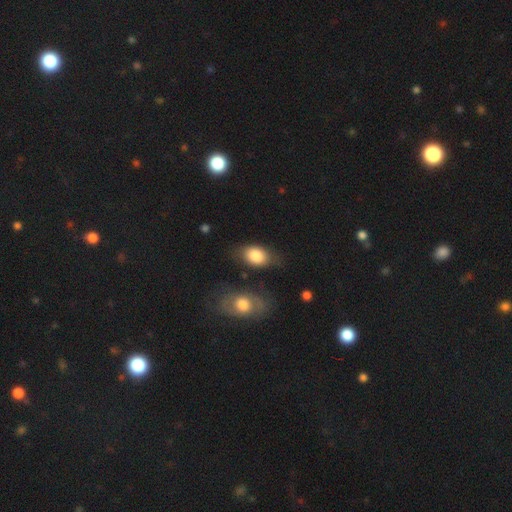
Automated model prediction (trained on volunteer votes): This appears to be a smooth galaxy with no disk features (82%) that is in between round and cigar-shaped (83%). Merging: none (65%).